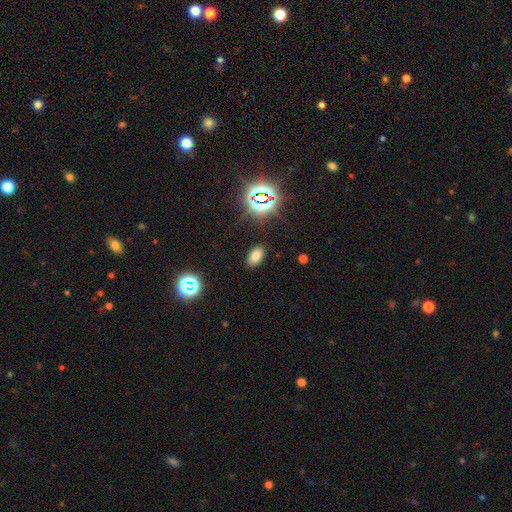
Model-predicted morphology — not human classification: Smooth or featured: smooth — 70% (star or artifact — 22%)
How rounded: in between — 90% (round — 8%)
Merging: none — 88% (minor disturbance — 8%)